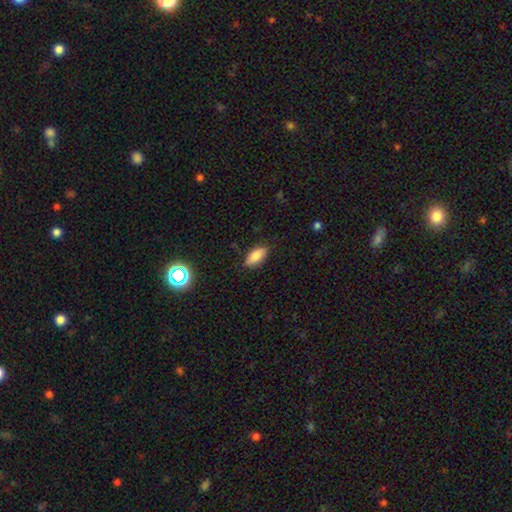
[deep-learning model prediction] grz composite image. It shows a smooth galaxy with no disk features (82%) that is in between round and cigar-shaped (87%). Merging: none (84%).